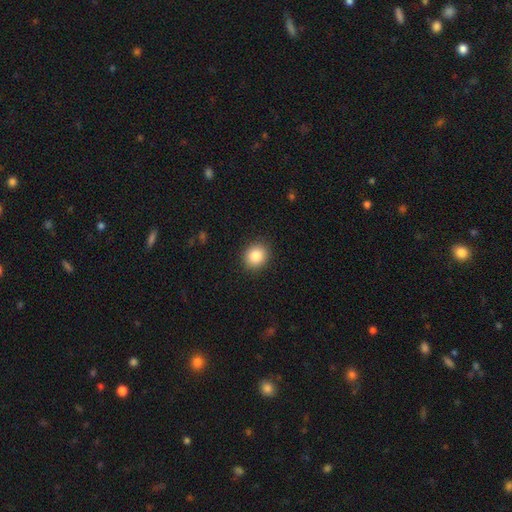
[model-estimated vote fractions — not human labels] Smooth or featured? Predicted: smooth (p=0.85). How rounded? Predicted: round (p=0.73). Merging? Predicted: none (p=0.90).